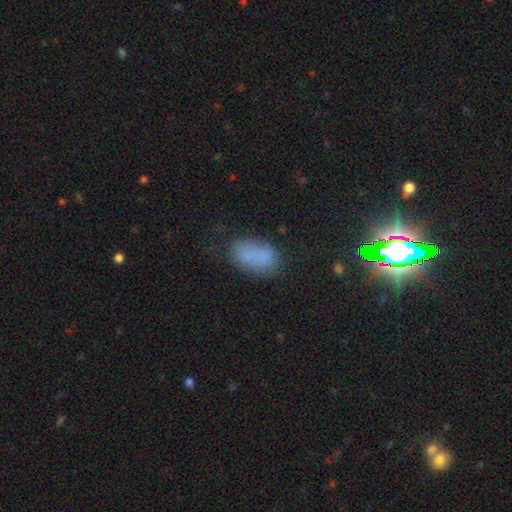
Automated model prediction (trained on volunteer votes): Overall: smooth (76%). How rounded: in between (91%). Merging: none (61%; minor disturbance 23%).